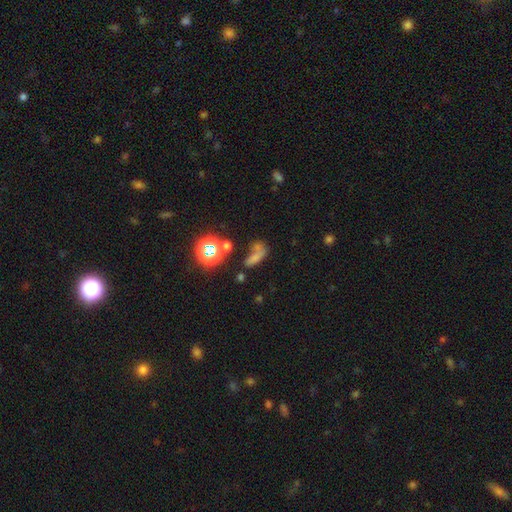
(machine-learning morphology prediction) Overall: smooth (55%; star or artifact 28%). How rounded: in between (59%; round 22%). Merging: none (33%; merger 31%).